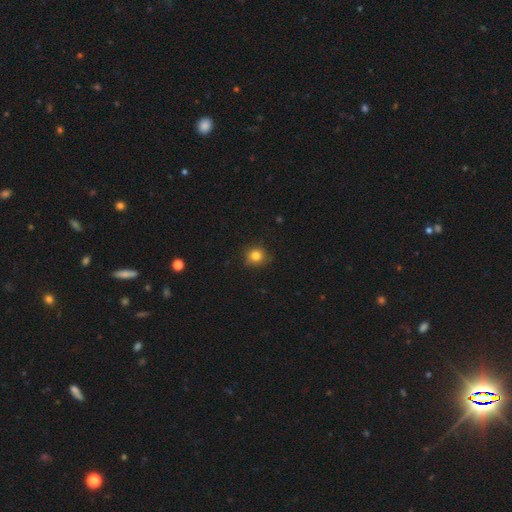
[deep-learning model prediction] Smooth or featured: smooth — 82% (star or artifact — 12%)
How rounded: round — 86% (in between — 13%)
Merging: none — 80% (minor disturbance — 16%)